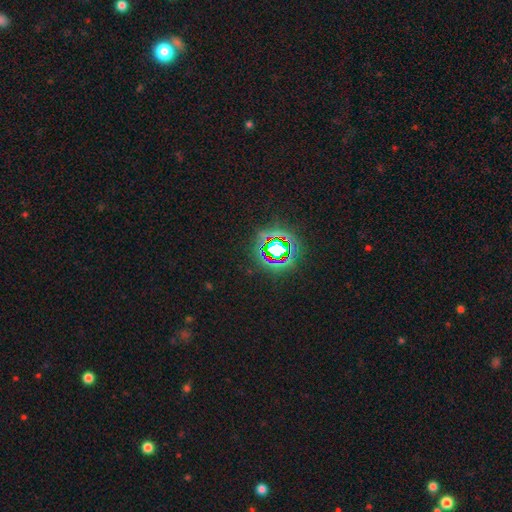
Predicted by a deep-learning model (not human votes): This is likely a star or artifact rather than a galaxy (79%).